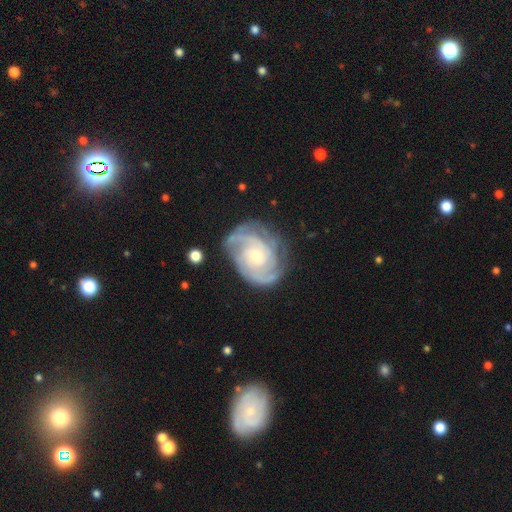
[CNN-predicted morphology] Smooth or featured: featured or disk — 90% (smooth — 6%)
Edge-on disk: no — 98% (yes — 2%)
Bar: no — 71% (weak — 24%)
Spiral arms: yes — 98% (no — 2%)
Spiral winding: tight — 63% (medium — 31%)
Spiral arm count: 3 — 34% (2 — 25%)
Bulge size: small — 55% (moderate — 41%)
Merging: none — 73% (minor disturbance — 18%)